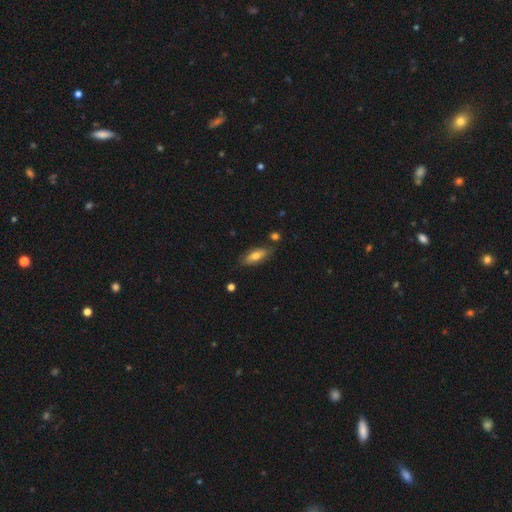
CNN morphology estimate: smooth_or_featured: smooth (p=0.66) [alt: featured or disk p=0.27]
how_rounded: in between (p=0.78) [alt: cigar-shaped p=0.19]
merging: none (p=0.79) [alt: minor disturbance p=0.15]